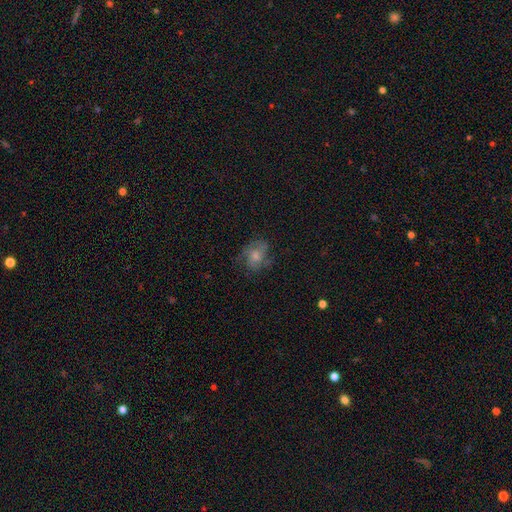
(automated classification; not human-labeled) Smooth or featured: smooth — 47% (featured or disk — 43%)
Merging: none — 58% (minor disturbance — 24%)